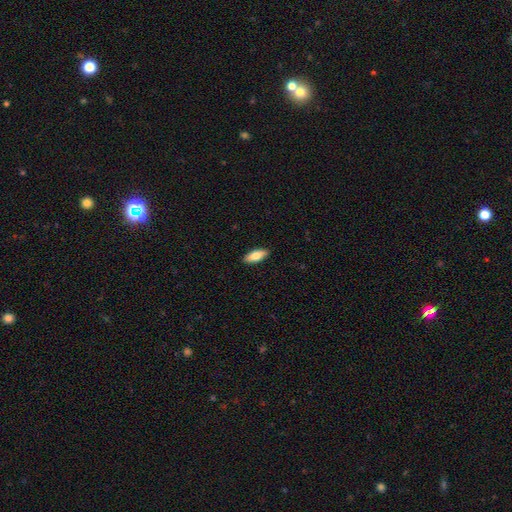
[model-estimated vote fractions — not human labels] smooth_or_featured: smooth (p=0.79) [alt: featured or disk p=0.16]
how_rounded: in between (p=0.76) [alt: cigar-shaped p=0.22]
merging: none (p=0.90) [alt: minor disturbance p=0.07]